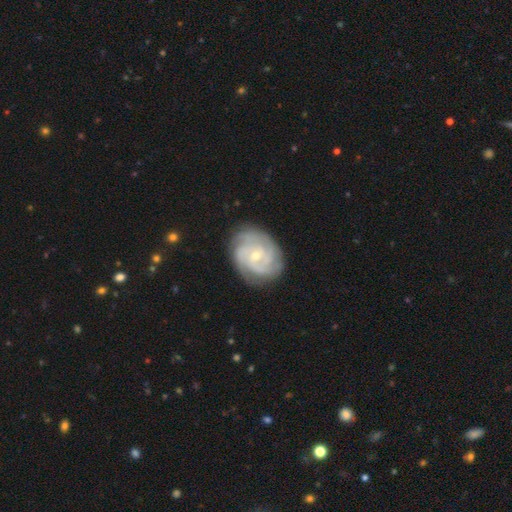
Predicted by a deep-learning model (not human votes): The model was most divided on "spiral arm count": 3: 33%, can't tell: 20%, 4: 20%, 2: 16%, more than 4: 6%, 1: 5%. More confident: edge-on disk — no (98%); spiral arms — yes (97%); smooth or featured — featured or disk (85%); merging — none (80%); spiral winding — tight (68%); bar — no (67%); bulge size — small (66%).